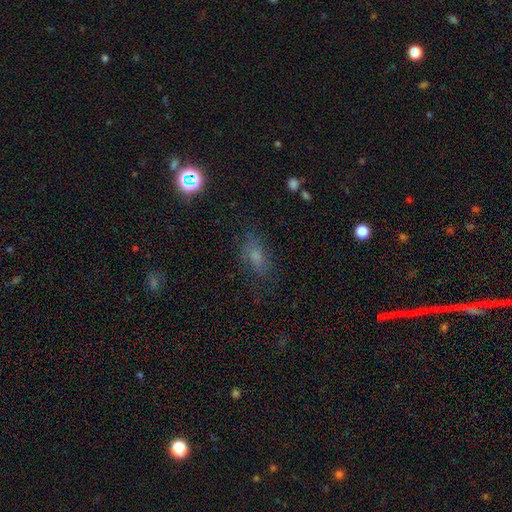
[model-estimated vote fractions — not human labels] smooth_or_featured: smooth (p=0.57) [alt: star or artifact p=0.23]
how_rounded: in between (p=0.78) [alt: round p=0.13]
merging: none (p=0.70) [alt: minor disturbance p=0.19]